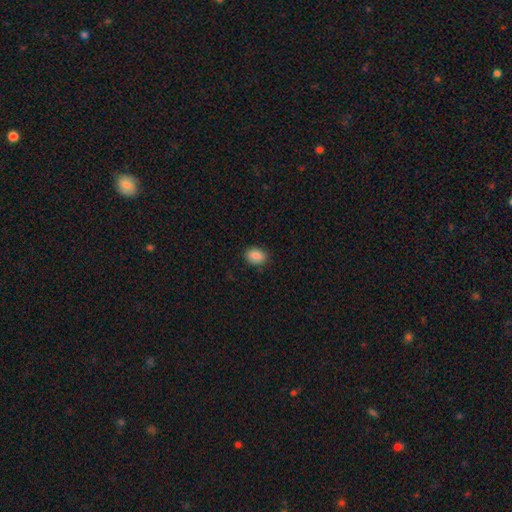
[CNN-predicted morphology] Overall: smooth (87%). How rounded: in between (72%). Merging: none (87%).